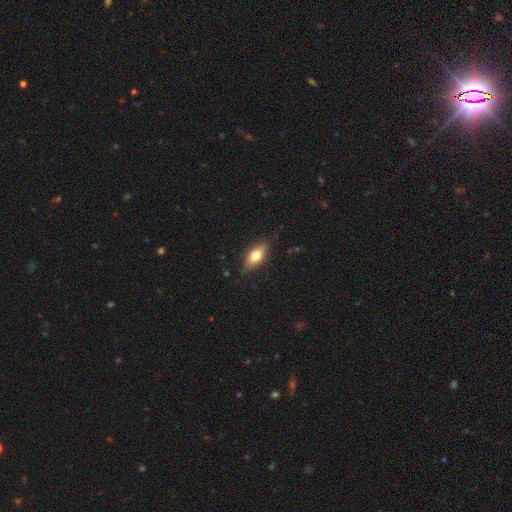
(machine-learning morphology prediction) smooth 65%, featured or disk 28%, star or artifact 7%. Down the decision tree: how rounded — in between (79%); merging — none (81%).